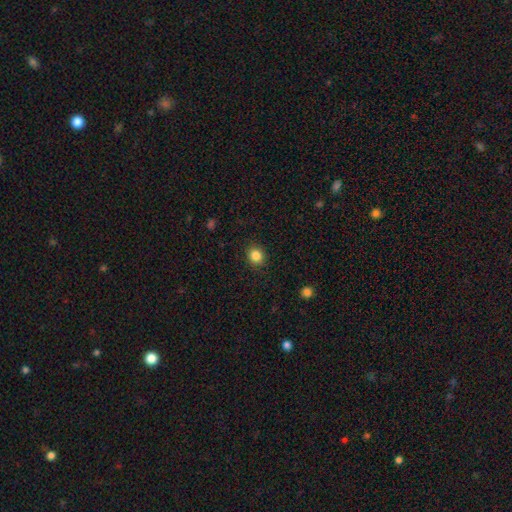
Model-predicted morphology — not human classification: Smooth or featured: smooth — 85% (star or artifact — 11%)
How rounded: round — 79% (in between — 20%)
Merging: none — 90% (minor disturbance — 7%)